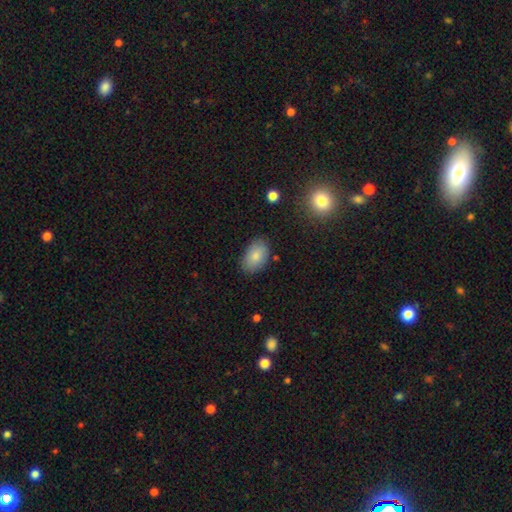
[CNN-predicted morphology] A smooth galaxy with no disk features (83%) that is in between round and cigar-shaped (91%).

Vote fractions:
- Smooth or featured? smooth: 83% / featured or disk: 9% / star or artifact: 8%
- How rounded? in between: 91% / round: 8% / cigar-shaped: 1%
- Merging? none: 83% / minor disturbance: 13% / major disturbance: 3% / merger: 2%